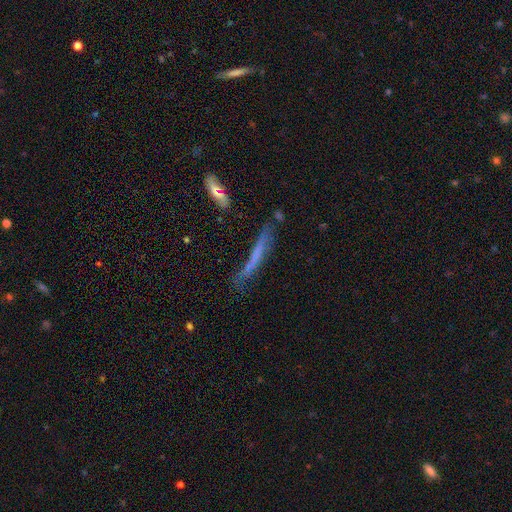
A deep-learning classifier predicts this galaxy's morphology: Overall: smooth (49%; featured or disk 41%). Merging: none (56%; minor disturbance 25%).